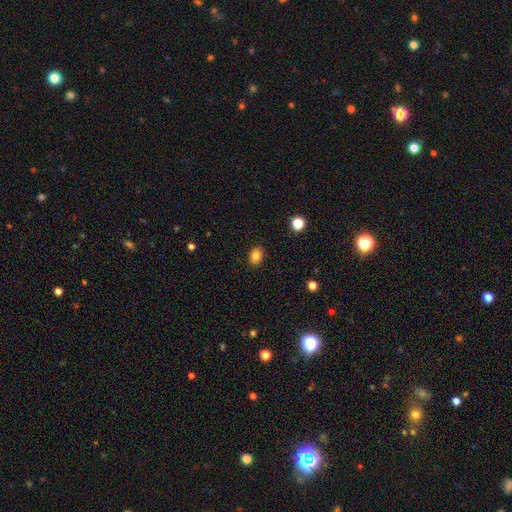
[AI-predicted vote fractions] Smooth or featured? smooth (85%)
How rounded? in between (68%)
Merging? none (89%)